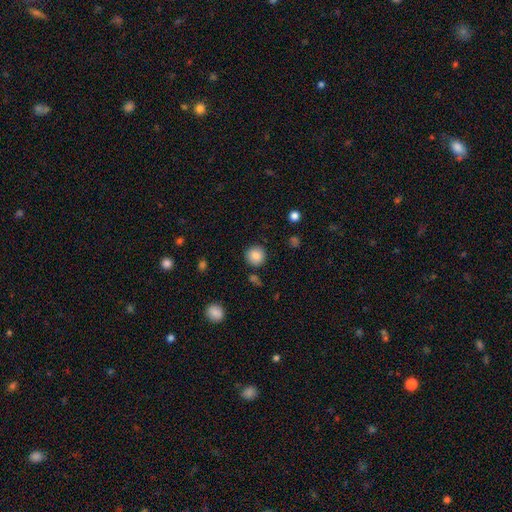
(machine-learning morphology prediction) The model was most divided on "smooth or featured": smooth: 86%, star or artifact: 9%, featured or disk: 5%. More confident: how rounded — round (93%); merging — none (88%).